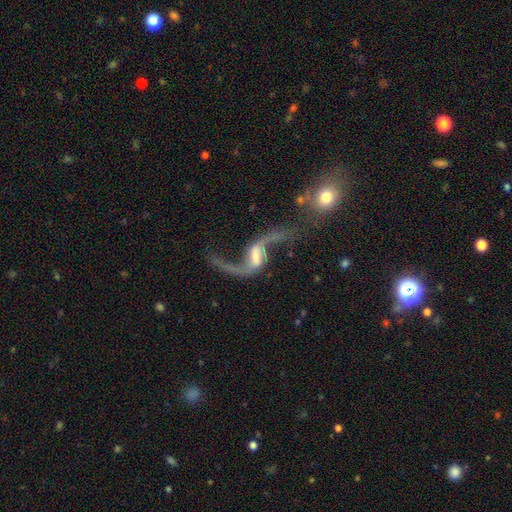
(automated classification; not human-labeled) A featured or disk galaxy (90%) with a weak bar (47%), 2 (93%) loose (93%) spiral arms (96%) and a small central bulge (31%, tied with moderate).

Vote fractions:
- Smooth or featured? featured or disk: 90% / star or artifact: 5% / smooth: 5%
- Edge-on disk? no: 96% / yes: 4%
- Bar? weak: 47% / strong: 36% / no: 17%
- Spiral arms? yes: 96% / no: 4%
- Spiral winding? loose: 93% / medium: 5% / tight: 2%
- Spiral arm count? 2: 93% / 1: 3% / can't tell: 1% / 3: 1% / 4: 1% / more than 4: 1%
- Bulge size? small: 31% (tied) / moderate: 31% (tied) / none: 25% / large: 11% / dominant: 3%
- Merging? none: 58% / major disturbance: 16% / minor disturbance: 15% / merger: 12%